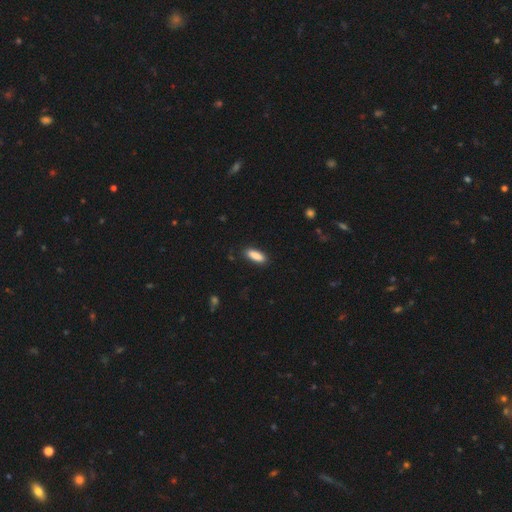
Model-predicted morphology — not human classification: Smooth or featured: smooth — 89% (star or artifact — 7%)
How rounded: in between — 62% (cigar-shaped — 36%)
Merging: none — 87% (minor disturbance — 10%)